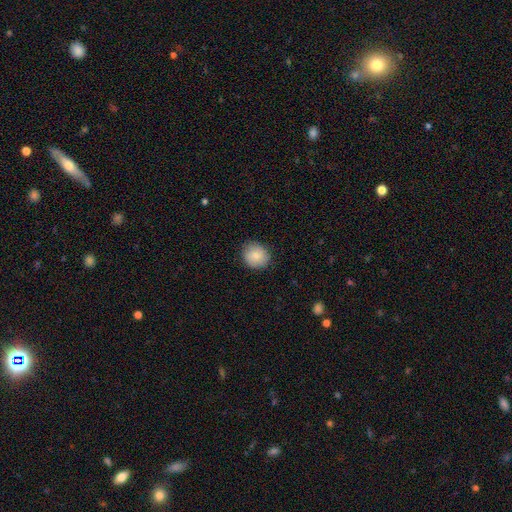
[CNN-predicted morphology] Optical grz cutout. It shows a smooth galaxy with no disk features (82%) that is round (84%). Merging: none (85%).